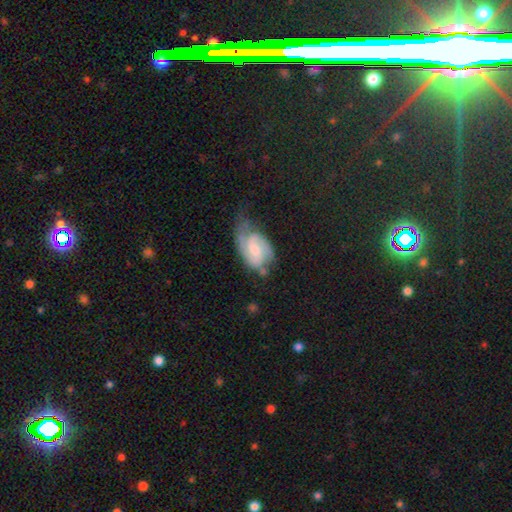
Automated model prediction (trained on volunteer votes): This is likely a featured or disk galaxy (73%). It is clearly not viewed edge-on (97%). Bar: possibly weak (52%). Spiral arm pattern: clearly yes (93%). Spiral arm count: likely 2 (71%). Spiral winding: possibly medium (48%). Central bulge: marginally moderate (44%). Merging: marginally none (37%).